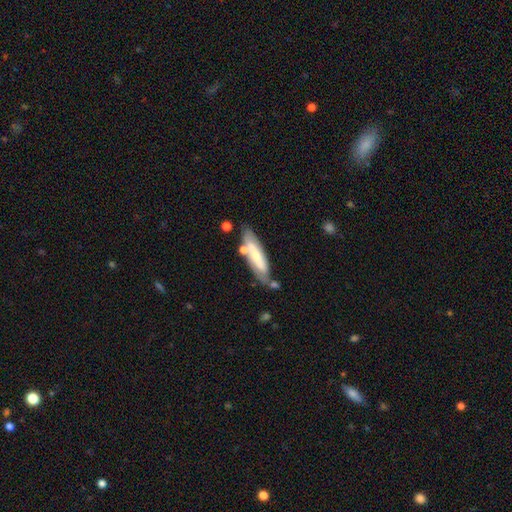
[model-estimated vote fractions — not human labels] Smooth or featured? Predicted: featured or disk (p=0.49). Merging? Predicted: none (p=0.58).